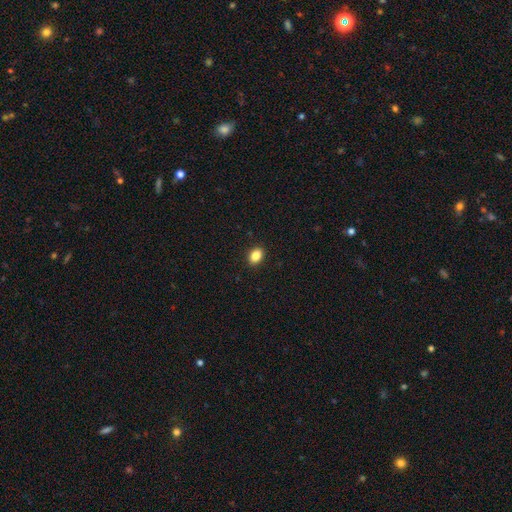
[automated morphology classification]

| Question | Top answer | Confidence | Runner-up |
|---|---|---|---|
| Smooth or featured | smooth | 87% | star or artifact (9%) |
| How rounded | in between | 75% | round (24%) |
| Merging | none | 91% | minor disturbance (6%) |